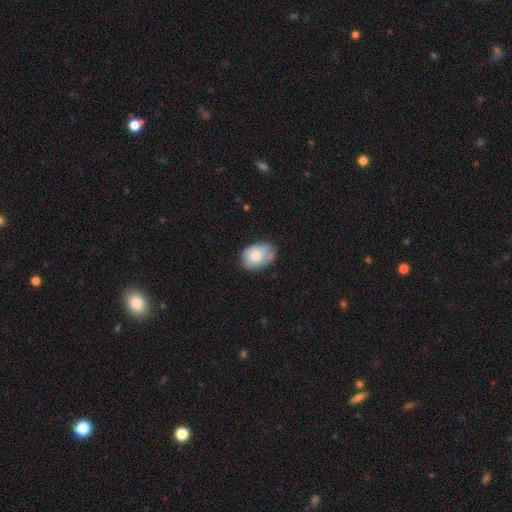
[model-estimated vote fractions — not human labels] A smooth galaxy with no disk features (65%) that is in between round and cigar-shaped (75%).

Vote fractions:
- Smooth or featured? smooth: 65% / featured or disk: 29% / star or artifact: 7%
- How rounded? in between: 75% / round: 24% / cigar-shaped: 1%
- Merging? none: 52% / minor disturbance: 35% / major disturbance: 10% / merger: 4%